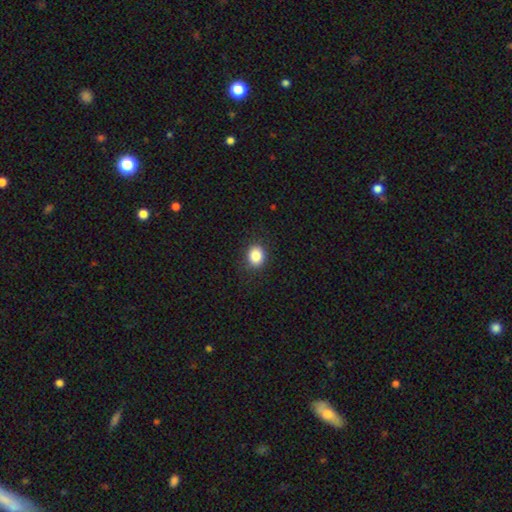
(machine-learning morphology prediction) A smooth galaxy with no disk features (86%) that is round (59%).

Vote fractions:
- Smooth or featured? smooth: 86% / star or artifact: 10% / featured or disk: 4%
- How rounded? round: 59% / in between: 41% / cigar-shaped: 1%
- Merging? none: 87% / minor disturbance: 9% / major disturbance: 3% / merger: 1%